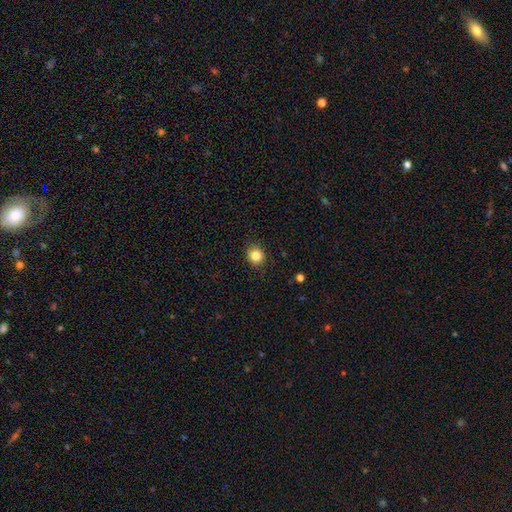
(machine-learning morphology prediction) Smooth or featured: smooth — 83% (star or artifact — 11%)
How rounded: round — 80% (in between — 19%)
Merging: none — 88% (minor disturbance — 9%)